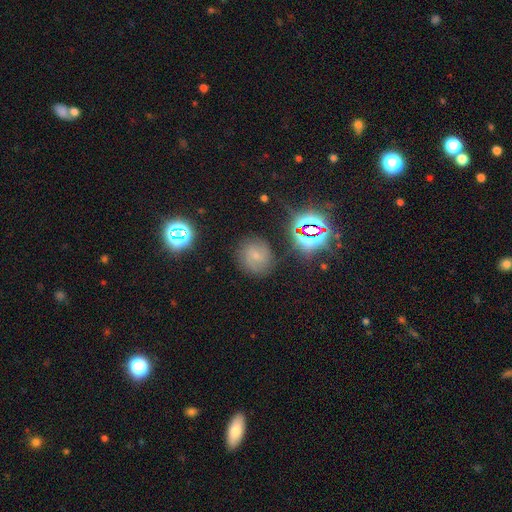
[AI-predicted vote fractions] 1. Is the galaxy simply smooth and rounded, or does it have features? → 39% smooth, 38% featured or disk, 23% star or artifact.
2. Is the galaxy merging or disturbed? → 77% none, 15% minor disturbance, 6% major disturbance, 3% merger.